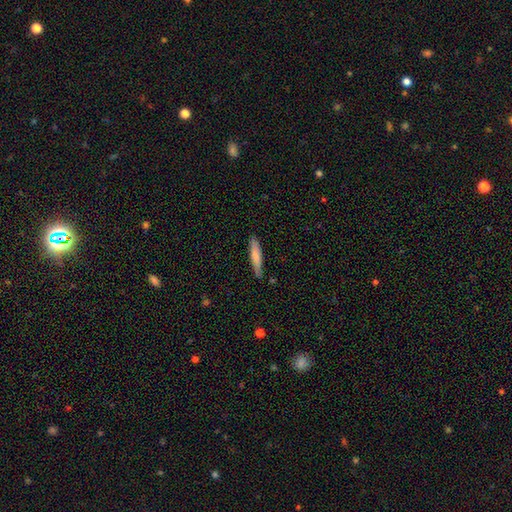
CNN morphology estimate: This appears to be a smooth galaxy with no disk features (72%) that is cigar-shaped (88%). Merging: none (82%).